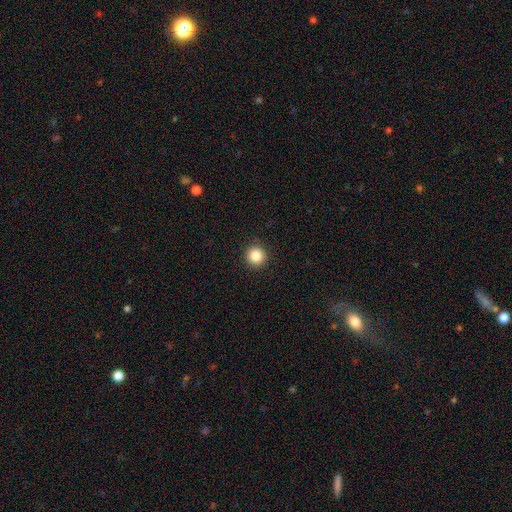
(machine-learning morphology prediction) A smooth galaxy with no disk features (86%) that is round (95%).

Vote fractions:
- Smooth or featured? smooth: 86% / star or artifact: 10% / featured or disk: 3%
- How rounded? round: 95% / in between: 4% / cigar-shaped: 1%
- Merging? none: 92% / minor disturbance: 5% / major disturbance: 2% / merger: 1%